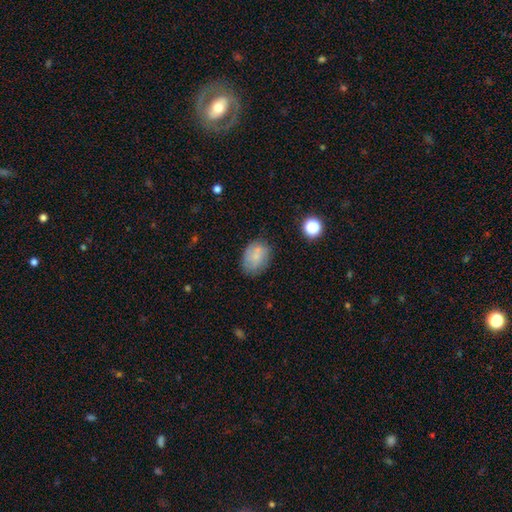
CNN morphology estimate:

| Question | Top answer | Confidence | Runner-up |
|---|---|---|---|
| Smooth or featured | smooth | 69% | featured or disk (22%) |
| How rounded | in between | 66% | round (33%) |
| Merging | none | 69% | minor disturbance (21%) |